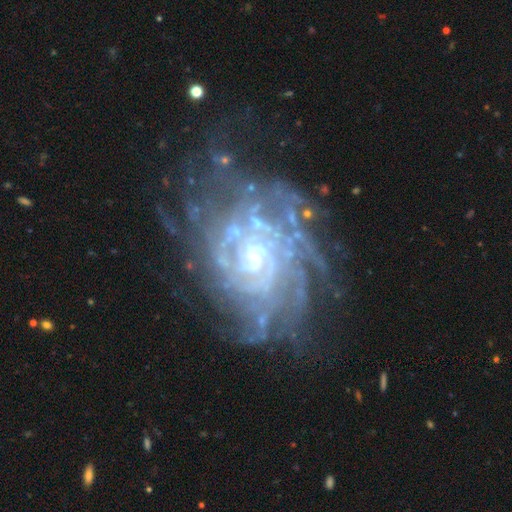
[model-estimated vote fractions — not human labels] Morphology: type=featured or disk (87%); edge-on=no (97%); bar=no (60%); spiral arms=yes (94%); winding=tight (72%); arm count=can't tell (37%); bulge=small (60%); merging=none (58%).